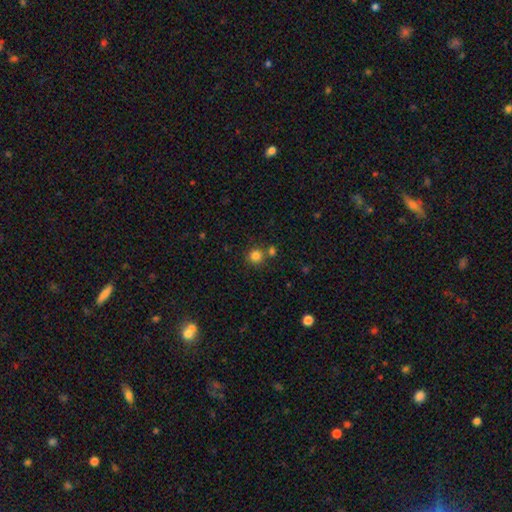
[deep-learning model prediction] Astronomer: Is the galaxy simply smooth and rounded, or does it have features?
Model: smooth — 82%.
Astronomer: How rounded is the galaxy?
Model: round — 93%.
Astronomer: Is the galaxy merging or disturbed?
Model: none — 72%.